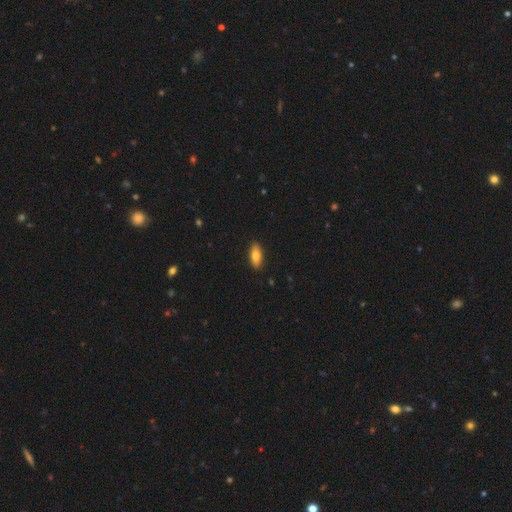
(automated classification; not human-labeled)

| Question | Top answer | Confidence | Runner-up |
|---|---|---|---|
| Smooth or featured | smooth | 80% | featured or disk (13%) |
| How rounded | in between | 79% | cigar-shaped (18%) |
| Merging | none | 90% | minor disturbance (8%) |